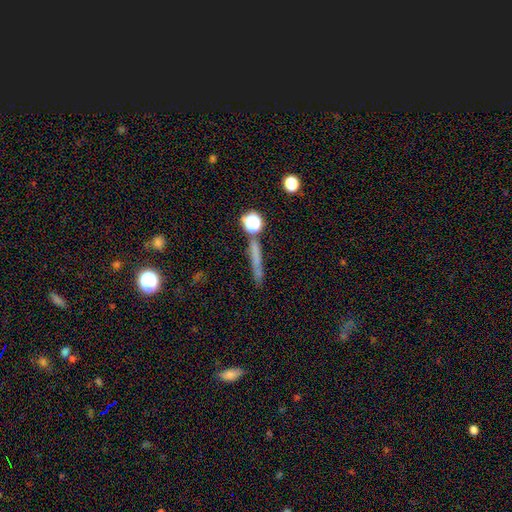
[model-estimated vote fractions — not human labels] This appears to be a smooth galaxy with no disk features (52%) that is cigar-shaped (81%). Merging: none (75%).